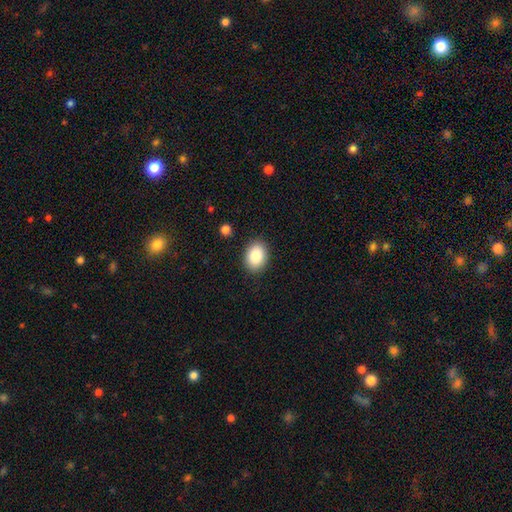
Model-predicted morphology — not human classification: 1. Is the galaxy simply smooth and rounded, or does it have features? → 86% smooth, 8% star or artifact, 6% featured or disk.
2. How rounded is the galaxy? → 73% in between, 26% round, 1% cigar-shaped.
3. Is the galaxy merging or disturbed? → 88% none, 8% minor disturbance, 2% major disturbance, 1% merger.